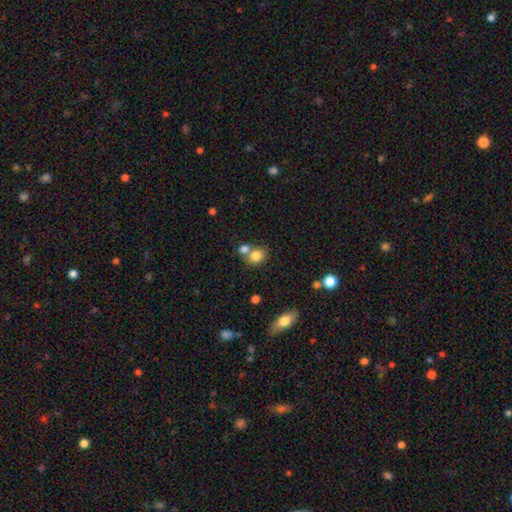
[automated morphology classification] Q: Smooth or featured?
A: smooth (81%); runner-up: star or artifact (10%)
Q: How rounded?
A: round (63%); runner-up: in between (35%)
Q: Merging?
A: none (47%); runner-up: merger (40%)